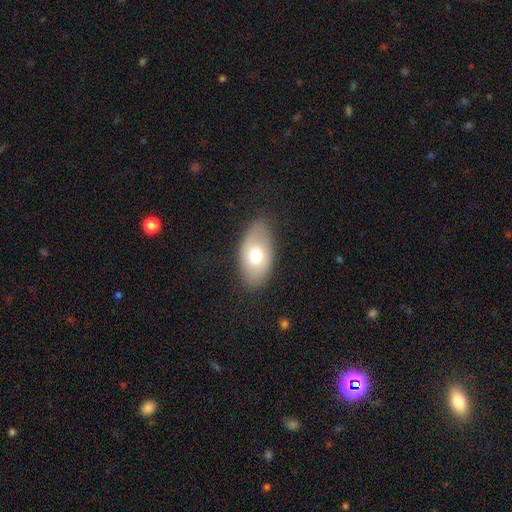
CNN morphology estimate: The model was most divided on "smooth or featured": smooth: 67%, featured or disk: 25%, star or artifact: 8%. More confident: how rounded — in between (92%); merging — none (78%).